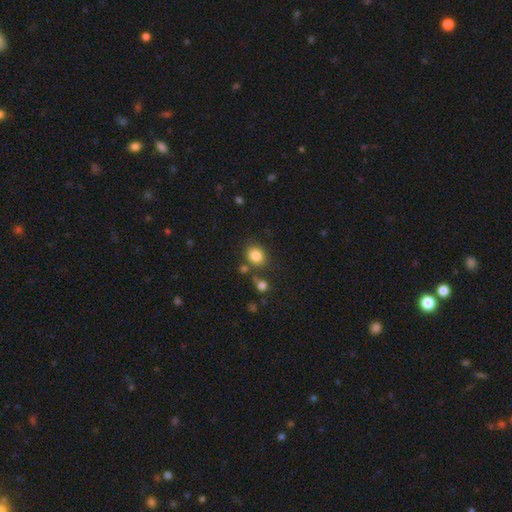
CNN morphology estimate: The model was most divided on "how rounded": round: 62%, in between: 37%, cigar-shaped: 1%. More confident: smooth or featured — smooth (83%); merging — none (75%).